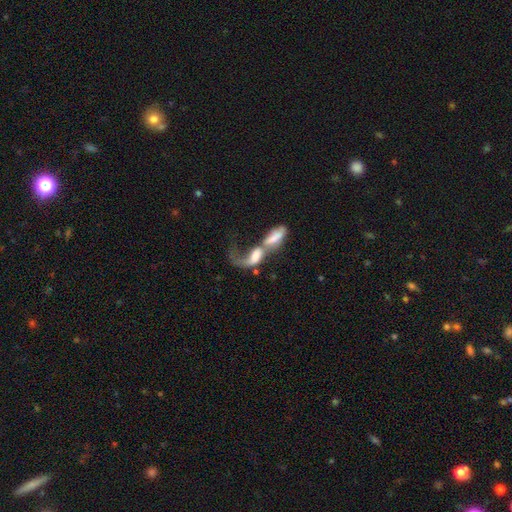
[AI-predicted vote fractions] Morphology: type=featured or disk (47%); merging=merger (73%).